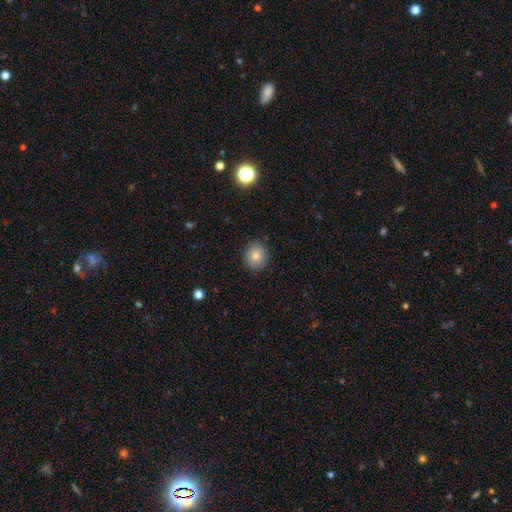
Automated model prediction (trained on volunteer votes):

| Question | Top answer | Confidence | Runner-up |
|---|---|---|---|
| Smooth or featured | smooth | 78% | star or artifact (12%) |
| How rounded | round | 83% | in between (16%) |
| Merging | none | 90% | minor disturbance (7%) |